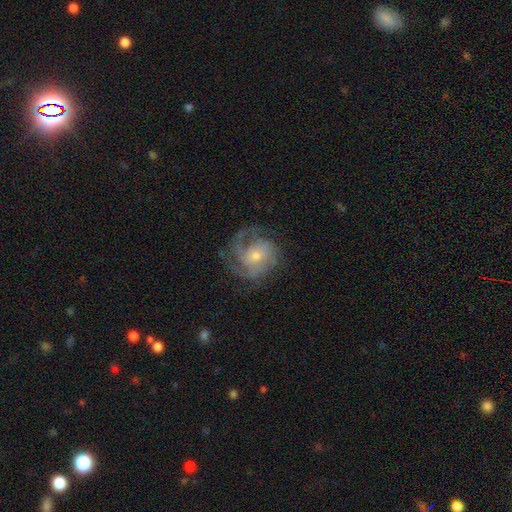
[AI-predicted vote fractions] A featured or disk galaxy (80%) with no bar (68%), 3 (31%) tight (44%) spiral arms (93%) and a small central bulge (59%). Merging: none (64%).